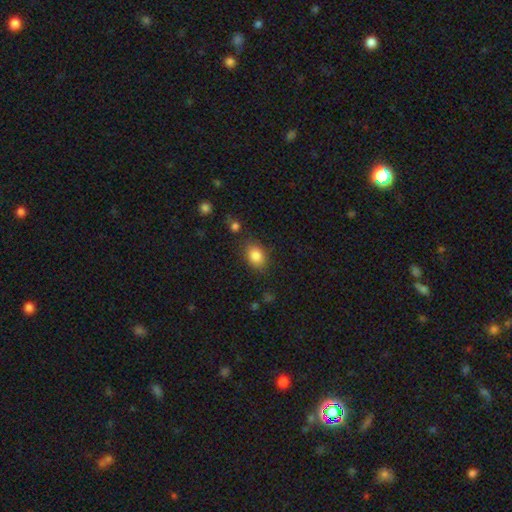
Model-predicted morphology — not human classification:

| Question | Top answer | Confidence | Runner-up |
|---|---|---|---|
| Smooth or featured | smooth | 84% | star or artifact (9%) |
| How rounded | in between | 72% | round (27%) |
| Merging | none | 80% | minor disturbance (13%) |